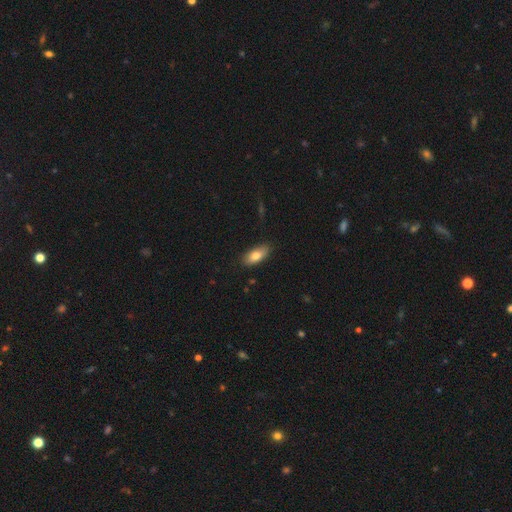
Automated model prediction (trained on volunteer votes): Smooth or featured? Predicted: smooth (p=0.79). How rounded? Predicted: in between (p=0.83). Merging? Predicted: none (p=0.85).